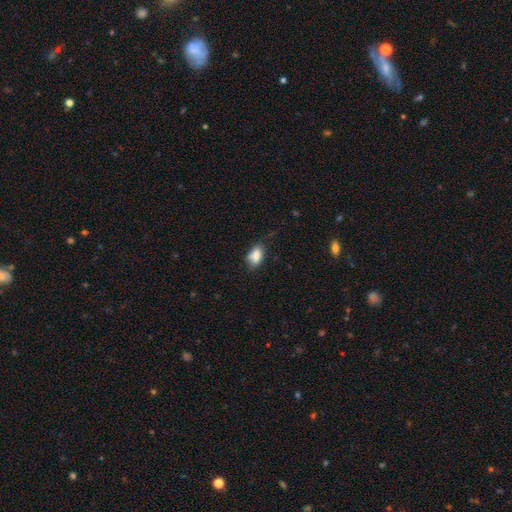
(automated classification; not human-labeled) Smooth or featured? smooth (82%)
How rounded? in between (87%)
Merging? none (56%)